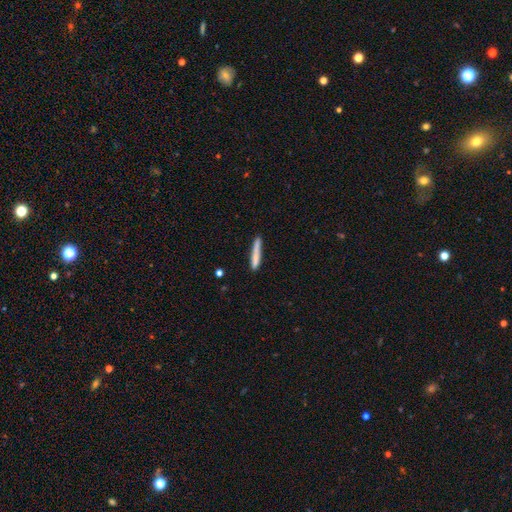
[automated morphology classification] A smooth galaxy with no disk features (76%) that is cigar-shaped (95%).

Vote fractions:
- Smooth or featured? smooth: 76% / featured or disk: 18% / star or artifact: 6%
- How rounded? cigar-shaped: 95% / in between: 4% / round: 1%
- Merging? none: 78% / minor disturbance: 15% / merger: 4% / major disturbance: 3%